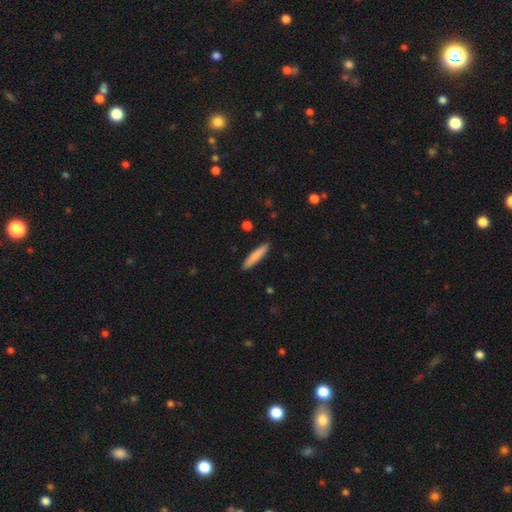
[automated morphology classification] Smooth or featured: smooth — 81% (featured or disk — 13%)
How rounded: cigar-shaped — 91% (in between — 8%)
Merging: none — 90% (minor disturbance — 7%)